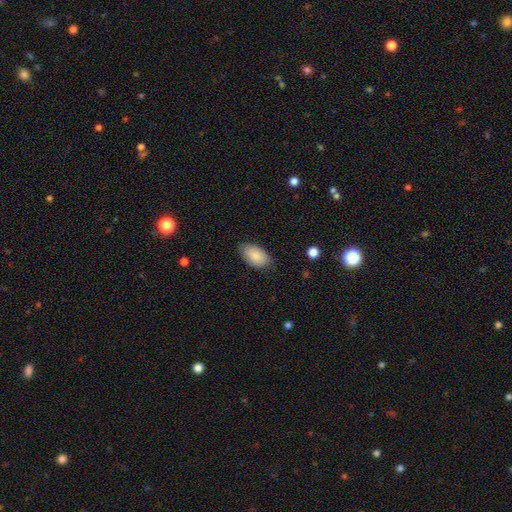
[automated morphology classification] type=smooth (87%); roundness=in between (94%); merging=none (79%).